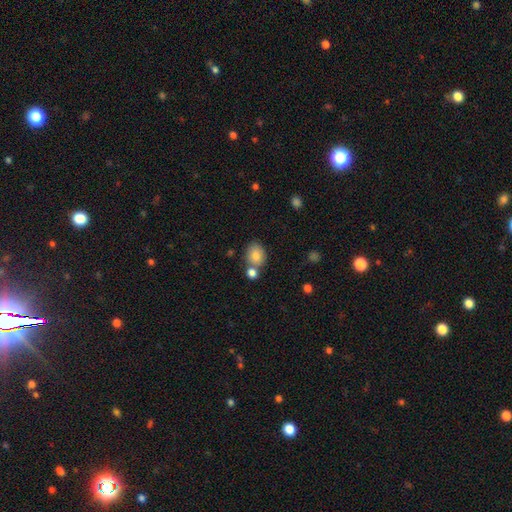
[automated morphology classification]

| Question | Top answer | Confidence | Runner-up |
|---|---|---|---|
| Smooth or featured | smooth | 81% | featured or disk (10%) |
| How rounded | in between | 53% | round (46%) |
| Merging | none | 62% | merger (22%) |